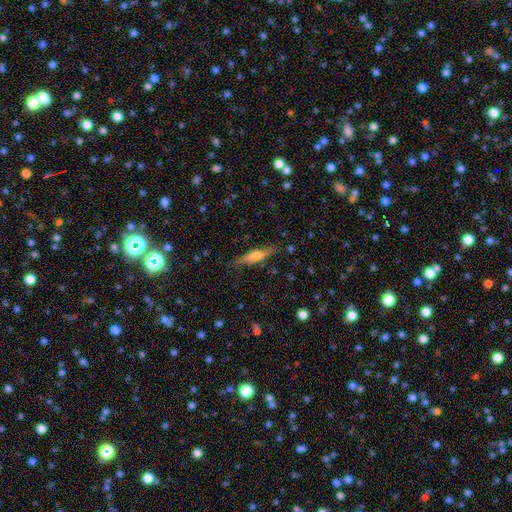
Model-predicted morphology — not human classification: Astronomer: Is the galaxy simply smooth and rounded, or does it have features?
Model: smooth — 54% (runner-up: featured or disk, 39%).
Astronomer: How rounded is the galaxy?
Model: cigar-shaped — 75%.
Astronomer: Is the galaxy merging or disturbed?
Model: none — 76%.